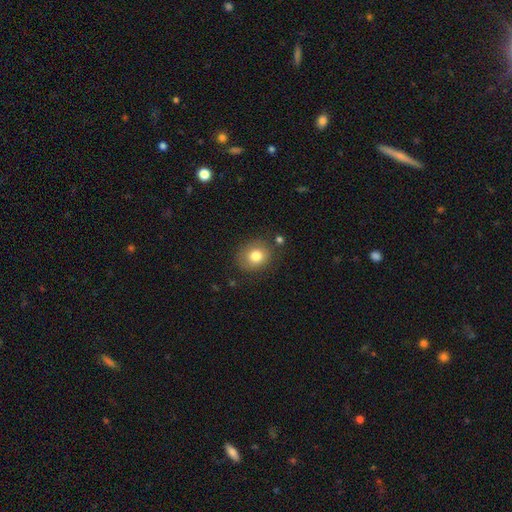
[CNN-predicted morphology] Overall: smooth (79%). How rounded: round (72%). Merging: none (80%).